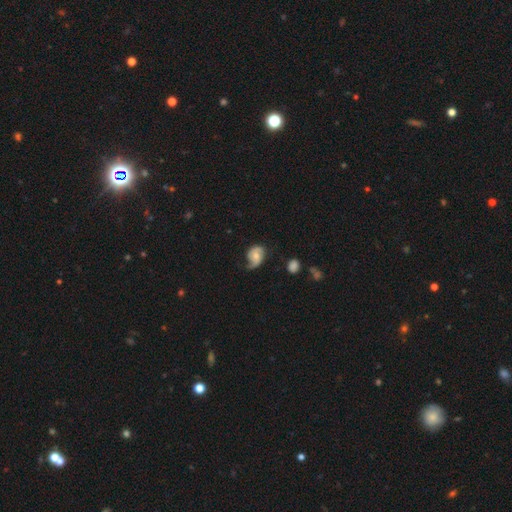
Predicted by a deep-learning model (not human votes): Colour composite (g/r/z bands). It shows a featured or disk galaxy (64%) with no bar (65%), 2 (69%) medium (41%) spiral arms (90%) and a moderate central bulge (52%). Merging: none (48%).